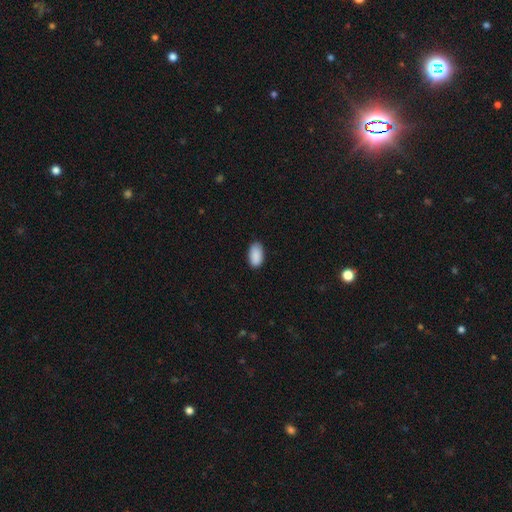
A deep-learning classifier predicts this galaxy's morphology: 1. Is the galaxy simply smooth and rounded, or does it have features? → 90% smooth, 6% star or artifact, 3% featured or disk.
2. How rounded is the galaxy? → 95% in between, 3% round, 2% cigar-shaped.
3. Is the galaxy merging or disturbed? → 83% none, 14% minor disturbance, 2% major disturbance, 1% merger.